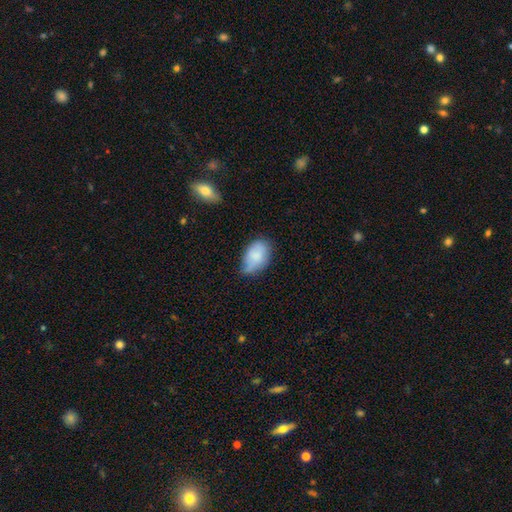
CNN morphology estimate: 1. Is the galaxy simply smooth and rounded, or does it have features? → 79% smooth, 14% featured or disk, 7% star or artifact.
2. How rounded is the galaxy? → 91% in between, 7% round, 1% cigar-shaped.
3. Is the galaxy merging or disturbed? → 46% none, 41% minor disturbance, 10% major disturbance, 3% merger.